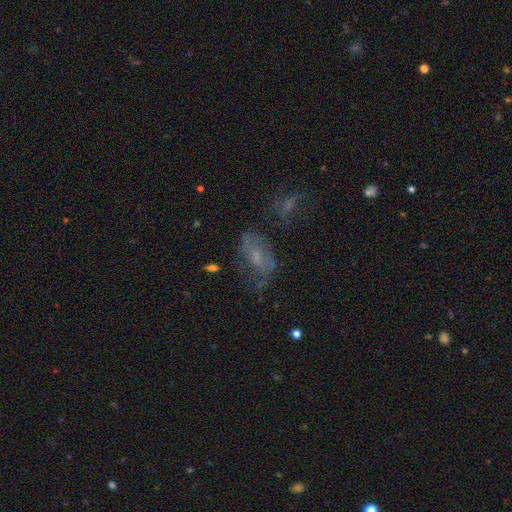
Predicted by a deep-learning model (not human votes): This appears to be a featured or disk galaxy (47%). Merging: none (51%).